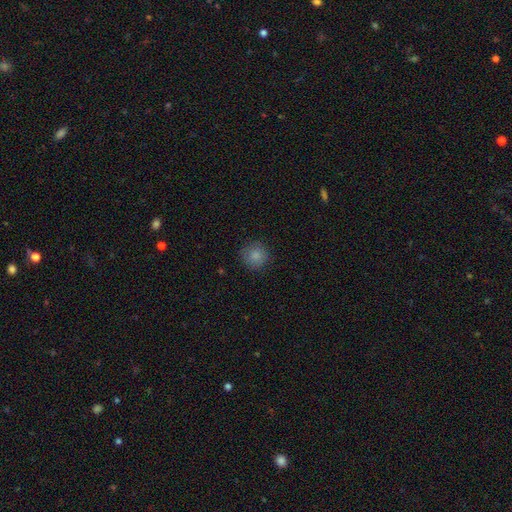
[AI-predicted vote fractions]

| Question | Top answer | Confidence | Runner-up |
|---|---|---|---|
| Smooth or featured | smooth | 85% | star or artifact (10%) |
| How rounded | round | 93% | in between (6%) |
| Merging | none | 86% | minor disturbance (10%) |